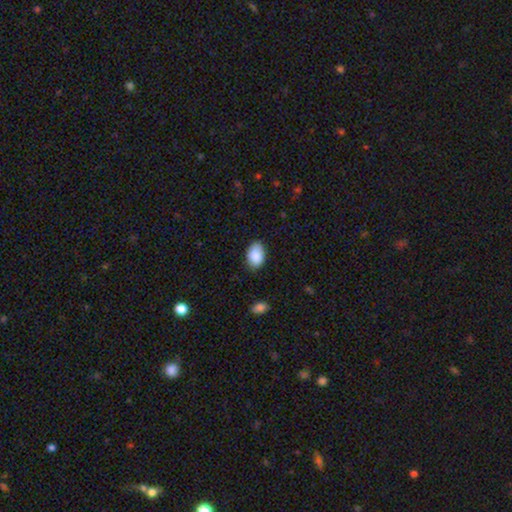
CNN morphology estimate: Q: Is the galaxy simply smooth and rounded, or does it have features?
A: smooth — 89%.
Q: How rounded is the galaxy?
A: in between — 88%.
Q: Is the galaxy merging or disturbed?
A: none — 81%.